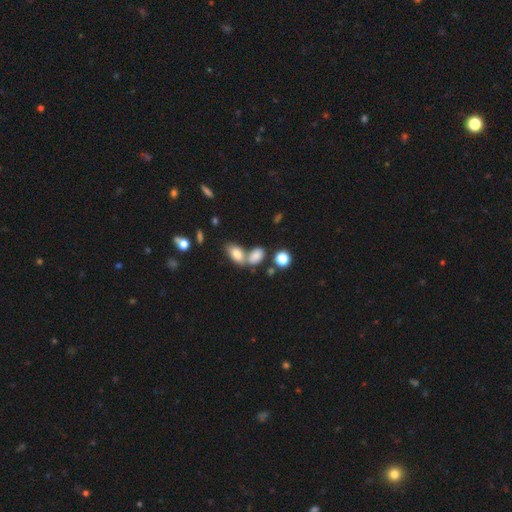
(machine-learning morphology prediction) type=smooth (80%); roundness=in between (85%); merging=merger (44%).